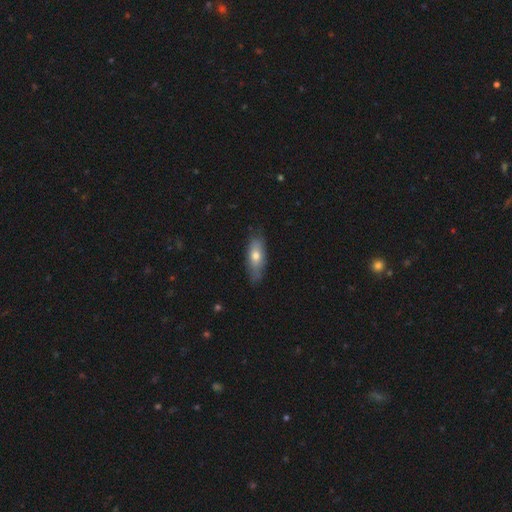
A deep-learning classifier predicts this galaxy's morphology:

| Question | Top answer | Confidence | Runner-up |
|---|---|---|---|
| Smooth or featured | smooth | 62% | featured or disk (32%) |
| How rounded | in between | 64% | cigar-shaped (33%) |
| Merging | none | 76% | minor disturbance (19%) |